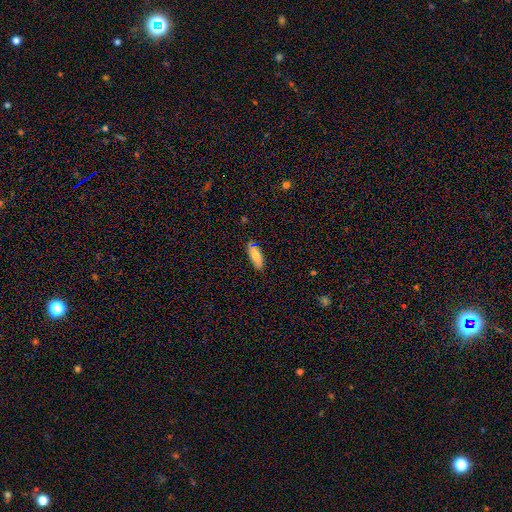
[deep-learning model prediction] smooth-or-featured: smooth: 77% | featured or disk: 14% | star or artifact: 8%
  how-rounded: in between: 74% | cigar-shaped: 24% | round: 2%
  merging: none: 80% | minor disturbance: 14% | merger: 3% | major disturbance: 3%